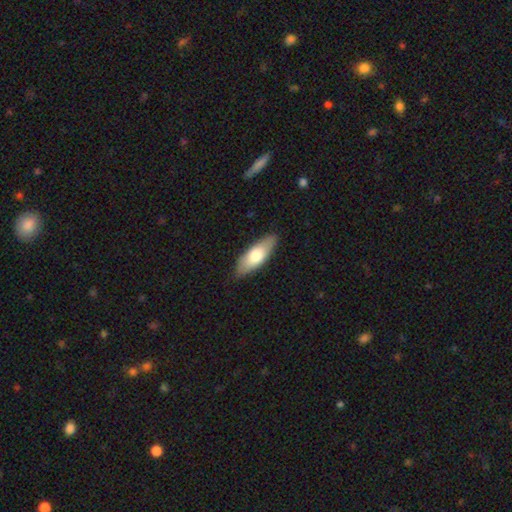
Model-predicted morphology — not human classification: A smooth galaxy with no disk features (71%) that is in between round and cigar-shaped (66%).

Vote fractions:
- Smooth or featured? smooth: 71% / featured or disk: 24% / star or artifact: 5%
- How rounded? in between: 66% / cigar-shaped: 32% / round: 2%
- Merging? none: 84% / minor disturbance: 13% / major disturbance: 2% / merger: 1%